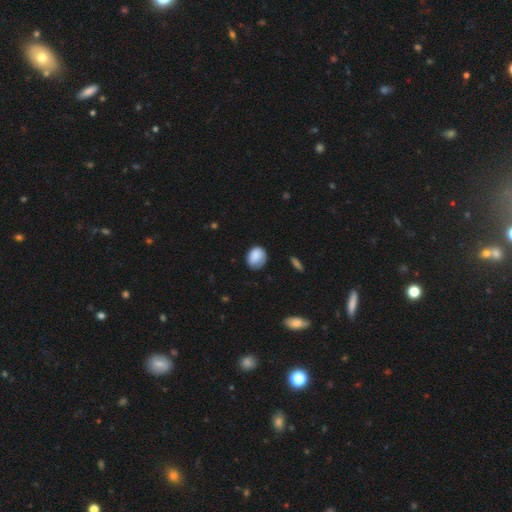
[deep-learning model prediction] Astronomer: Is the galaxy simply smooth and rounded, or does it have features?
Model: smooth — 85%.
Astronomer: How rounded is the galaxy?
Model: in between — 50% (runner-up: round, 49%).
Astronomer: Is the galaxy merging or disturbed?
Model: none — 63%.